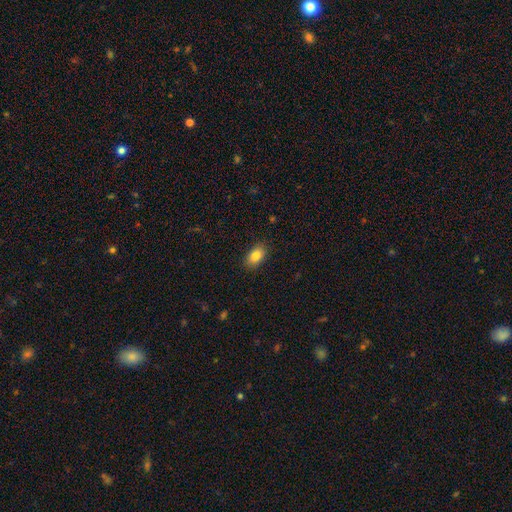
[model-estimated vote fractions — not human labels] This appears to be a smooth galaxy with no disk features (85%) that is in between round and cigar-shaped (88%). Merging: none (87%).